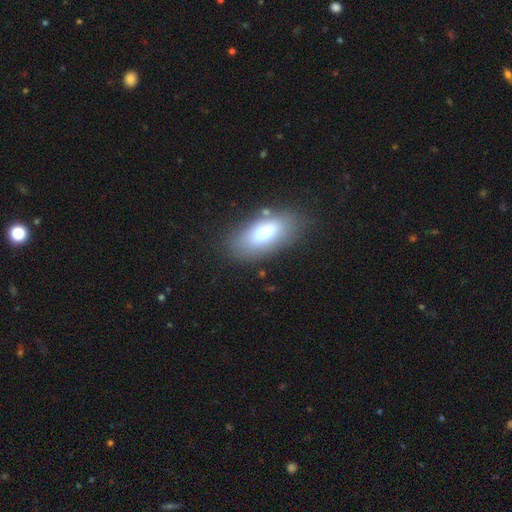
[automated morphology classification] The model was most divided on "smooth or featured": smooth: 77%, featured or disk: 14%, star or artifact: 9%. More confident: how rounded — in between (86%); merging — none (79%).